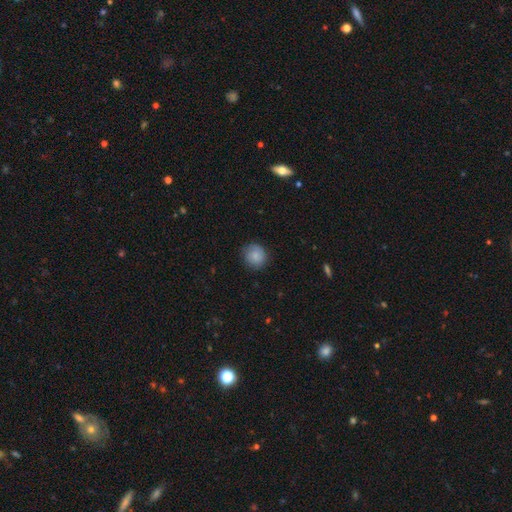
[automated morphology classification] Smooth or featured? Predicted: smooth (p=0.81). How rounded? Predicted: round (p=0.89). Merging? Predicted: none (p=0.80).